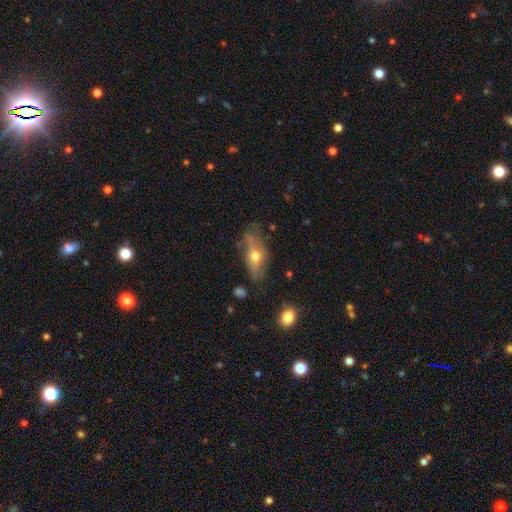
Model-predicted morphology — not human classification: Smooth or featured? smooth (53%)
How rounded? in between (75%)
Merging? none (52%)